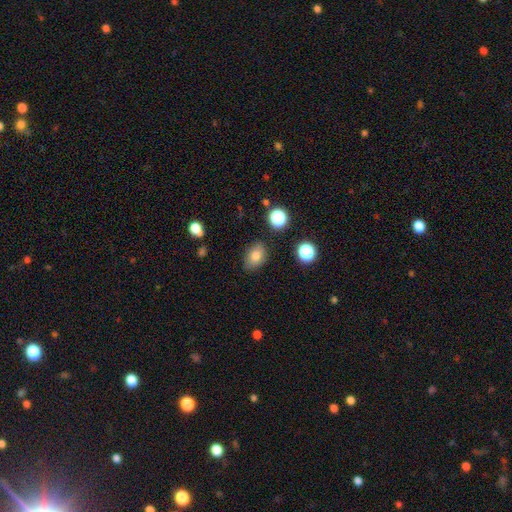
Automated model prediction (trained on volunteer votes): A smooth galaxy with no disk features (79%) that is in between round and cigar-shaped (75%).

Vote fractions:
- Smooth or featured? smooth: 79% / star or artifact: 11% / featured or disk: 9%
- How rounded? in between: 75% / round: 24% / cigar-shaped: 1%
- Merging? none: 81% / minor disturbance: 14% / major disturbance: 3% / merger: 2%